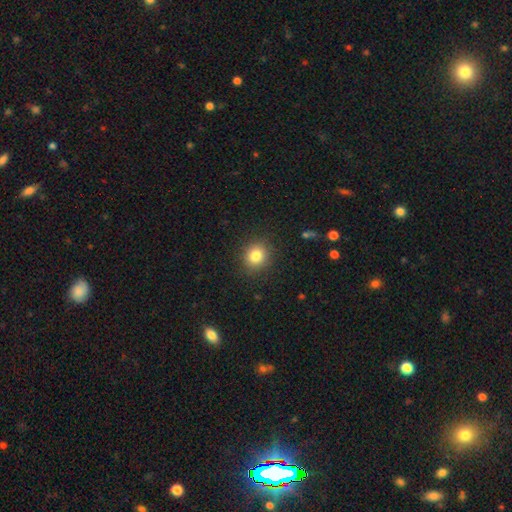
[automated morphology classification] This is clearly a smooth galaxy (82%). How rounded: clearly round (81%). Merging: clearly none (89%).